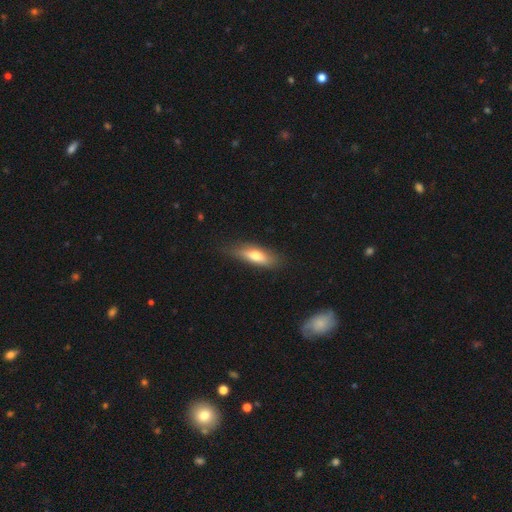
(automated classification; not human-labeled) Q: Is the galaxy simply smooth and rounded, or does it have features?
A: smooth — 68%.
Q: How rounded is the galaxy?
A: in between — 55%.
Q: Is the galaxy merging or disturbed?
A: none — 74%.